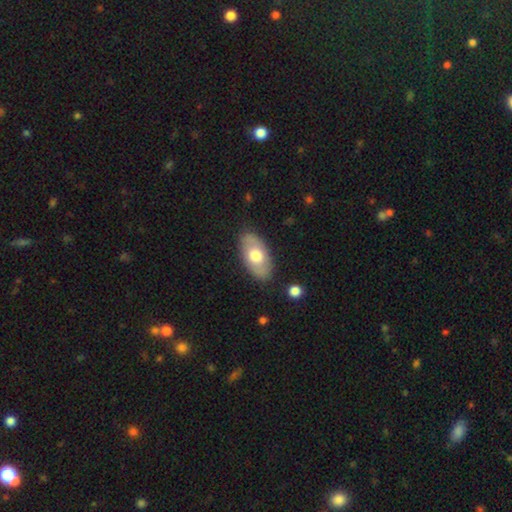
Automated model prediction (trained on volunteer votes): This appears to be a smooth galaxy with no disk features (61%) that is in between round and cigar-shaped (92%). Merging: none (83%).